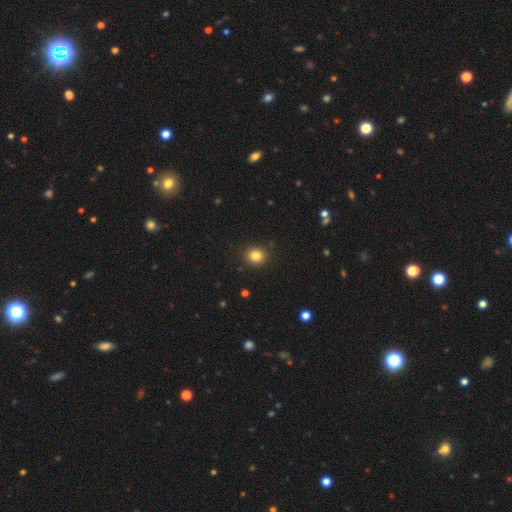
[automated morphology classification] type=smooth (83%); roundness=round (75%); merging=none (90%).